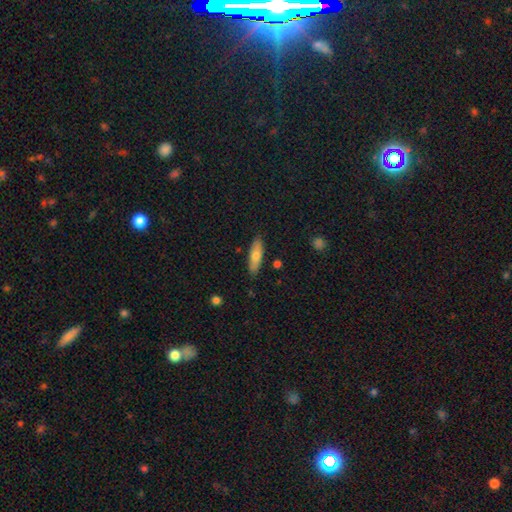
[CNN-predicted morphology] The model was most divided on "how rounded": cigar-shaped: 53%, in between: 45%, round: 2%. More confident: merging — none (86%); smooth or featured — smooth (66%).